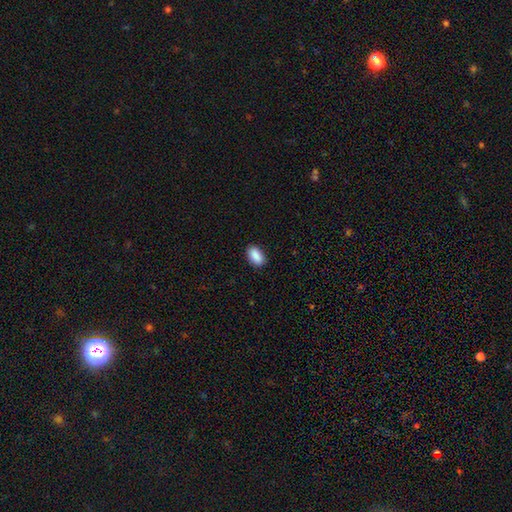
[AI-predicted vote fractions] Morphology: type=smooth (90%); roundness=in between (93%); merging=none (89%).